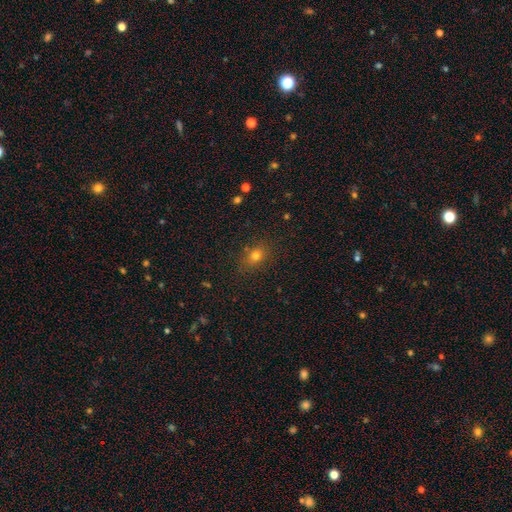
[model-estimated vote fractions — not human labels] This is likely a smooth galaxy (75%). How rounded: possibly in between (52%). Merging: clearly none (83%).